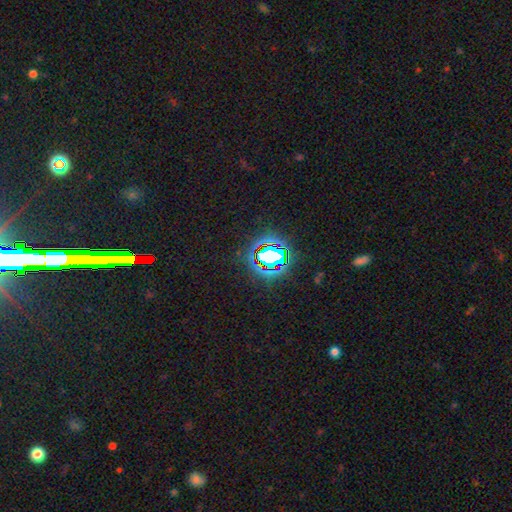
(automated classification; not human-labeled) Smooth or featured?
  - star or artifact: 81% *
  - smooth: 11%
  - featured or disk: 8%